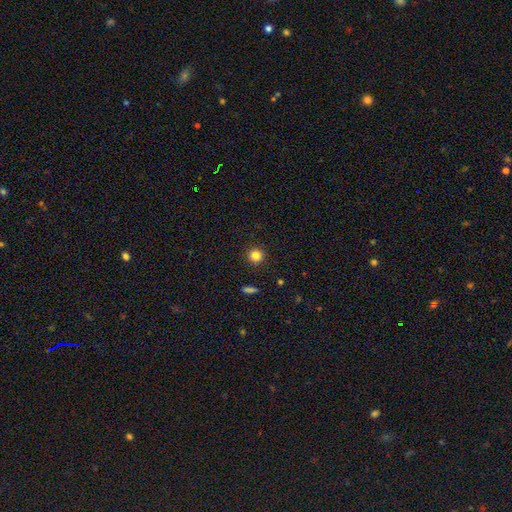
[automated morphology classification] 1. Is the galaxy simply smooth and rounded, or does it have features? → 83% smooth, 11% star or artifact, 5% featured or disk.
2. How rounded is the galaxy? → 94% round, 5% in between, 1% cigar-shaped.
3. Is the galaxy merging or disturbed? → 92% none, 5% minor disturbance, 2% major disturbance, 1% merger.